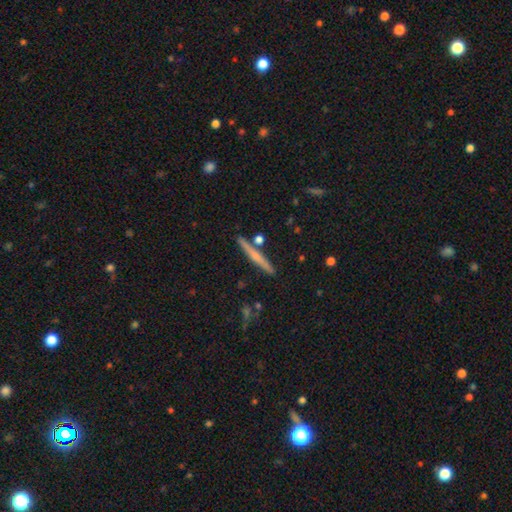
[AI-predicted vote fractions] Overall: featured or disk (57%; smooth 36%). Edge-on disk: yes (97%). Edge-on bulge: rounded (59%; none 34%). Merging: none (86%).